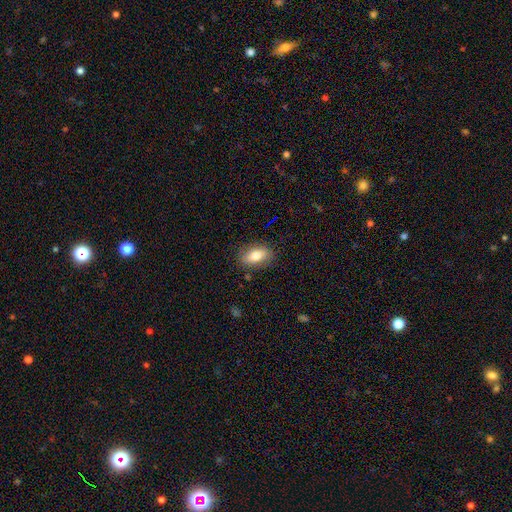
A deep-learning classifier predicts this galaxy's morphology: A smooth galaxy with no disk features (75%) that is in between round and cigar-shaped (85%).

Vote fractions:
- Smooth or featured? smooth: 75% / featured or disk: 17% / star or artifact: 8%
- How rounded? in between: 85% / round: 9% / cigar-shaped: 6%
- Merging? none: 84% / minor disturbance: 12% / major disturbance: 3% / merger: 1%